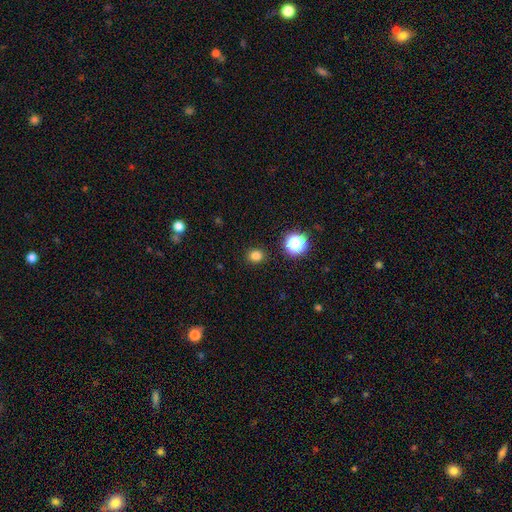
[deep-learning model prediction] Overall: smooth (79%). How rounded: round (79%). Merging: none (90%).